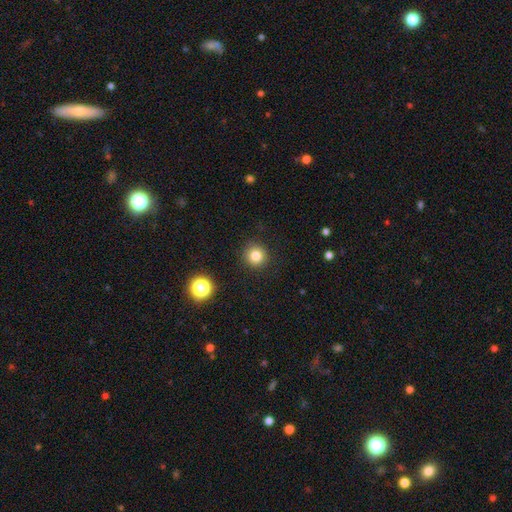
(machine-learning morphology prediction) A smooth galaxy with no disk features (82%) that is round (94%). Merging: none (91%).